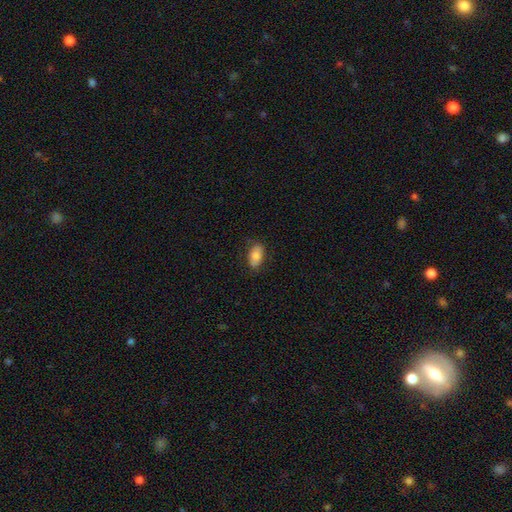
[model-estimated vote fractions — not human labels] Morphology: type=smooth (80%); roundness=in between (91%); merging=none (80%).